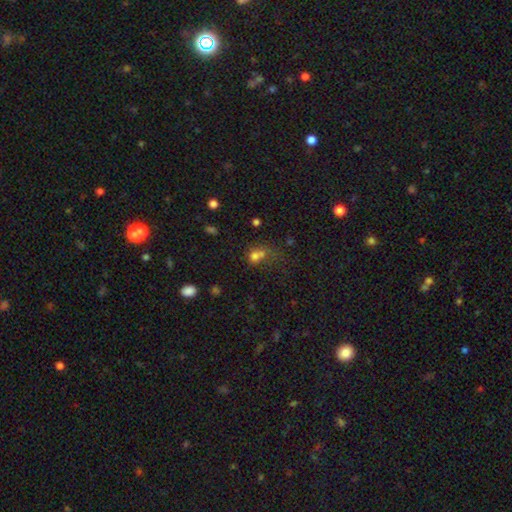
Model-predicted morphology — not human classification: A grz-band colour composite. It shows a smooth galaxy with no disk features (70%) that is round (64%). Merging: merger (51%).